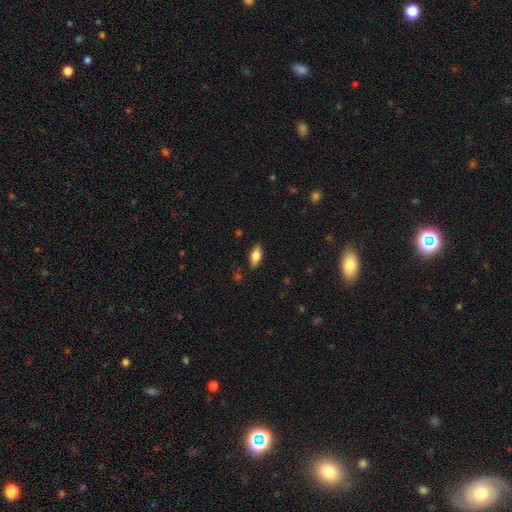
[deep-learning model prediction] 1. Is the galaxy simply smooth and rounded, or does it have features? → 72% smooth, 21% featured or disk, 7% star or artifact.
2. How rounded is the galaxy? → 82% in between, 16% cigar-shaped, 3% round.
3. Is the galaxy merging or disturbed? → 85% none, 11% minor disturbance, 2% major disturbance, 1% merger.